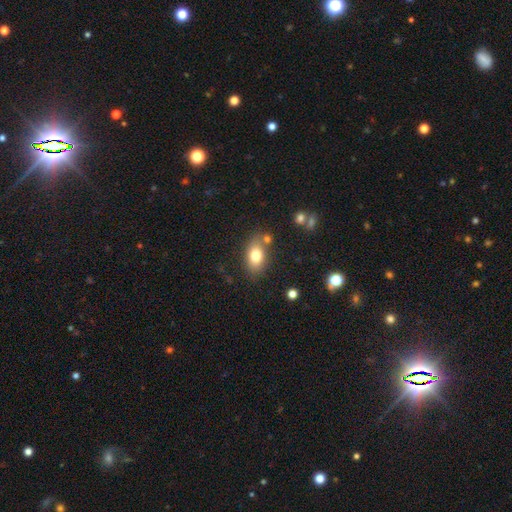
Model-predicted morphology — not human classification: A smooth galaxy with no disk features (77%) that is in between round and cigar-shaped (84%). Merging: none (71%).